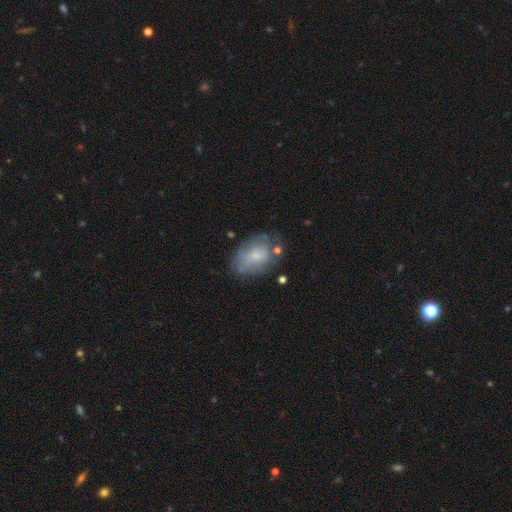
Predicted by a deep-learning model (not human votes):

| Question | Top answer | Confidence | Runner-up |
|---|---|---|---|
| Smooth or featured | smooth | 58% | featured or disk (34%) |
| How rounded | in between | 80% | round (19%) |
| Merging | none | 53% | minor disturbance (27%) |